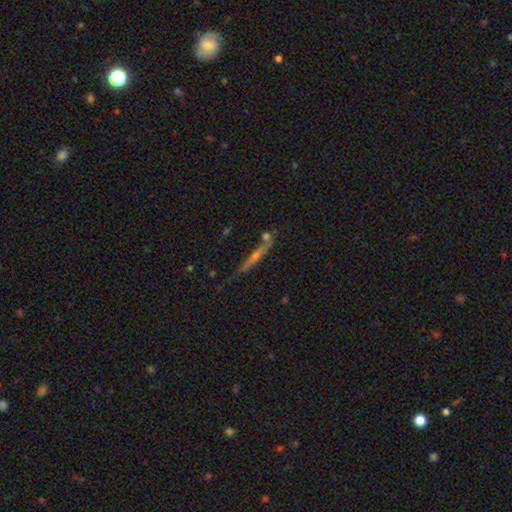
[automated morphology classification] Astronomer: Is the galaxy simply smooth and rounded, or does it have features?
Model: featured or disk — 60%.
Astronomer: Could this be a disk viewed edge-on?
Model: yes — 90%.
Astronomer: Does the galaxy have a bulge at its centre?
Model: rounded — 54% (runner-up: none, 38%).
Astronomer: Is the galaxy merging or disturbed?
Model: none — 65%.